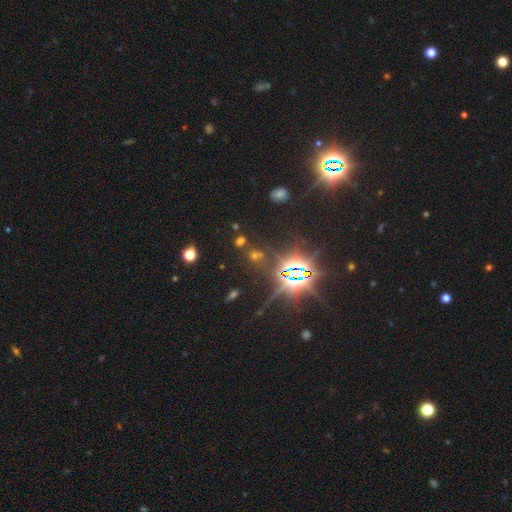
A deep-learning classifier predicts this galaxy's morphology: Overall: star or artifact (74%).